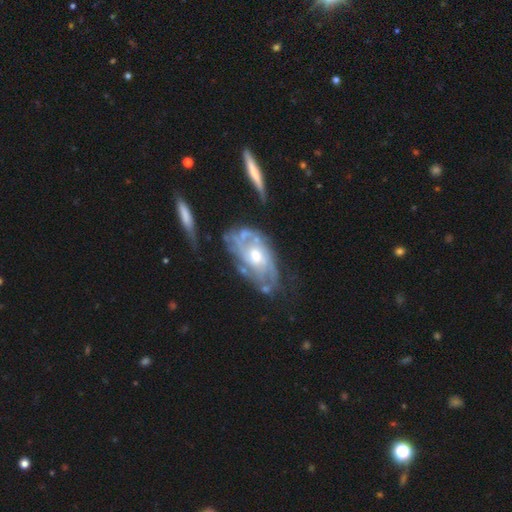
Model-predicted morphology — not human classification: smooth-or-featured: featured or disk: 83% | smooth: 12% | star or artifact: 6%
  disk-edge-on: no: 94% | yes: 6%
    bar: no: 73% | weak: 22% | strong: 4%
    has-spiral-arms: yes: 87% | no: 13%
      spiral-winding: tight: 57% | medium: 32% | loose: 11%
      spiral-arm-count: can't tell: 48% | 2: 19% | 3: 14% | 4: 9% | more than 4: 5% | 1: 5%
    bulge-size: moderate: 66% | small: 24% | large: 8% | none: 1% | dominant: 1%
  merging: none: 56% | minor disturbance: 23% | major disturbance: 14% | merger: 7%